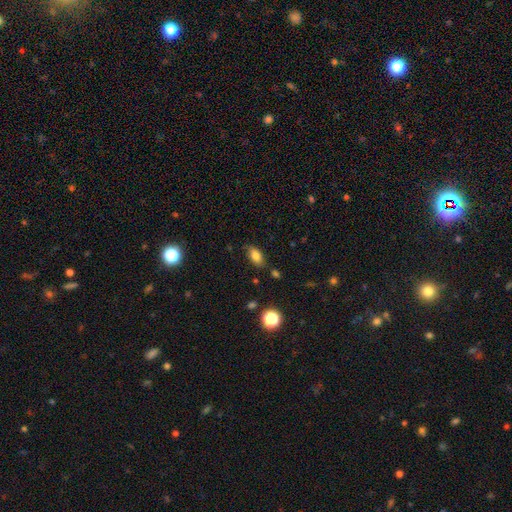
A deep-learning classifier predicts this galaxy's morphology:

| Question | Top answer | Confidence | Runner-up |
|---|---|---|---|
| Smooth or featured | smooth | 80% | star or artifact (10%) |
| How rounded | in between | 88% | round (7%) |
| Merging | none | 78% | minor disturbance (16%) |